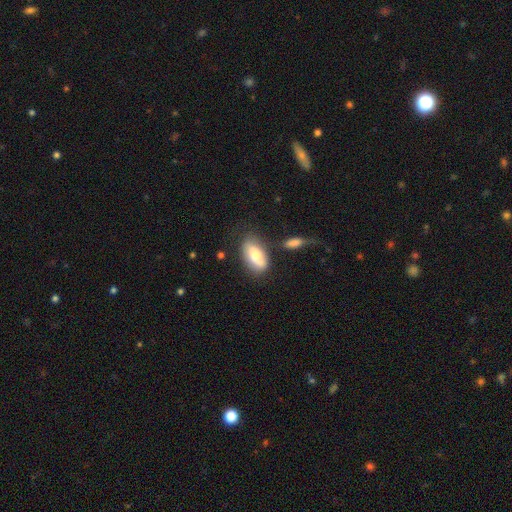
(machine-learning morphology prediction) Smooth or featured?
  - smooth: 71% *
  - featured or disk: 23%
  - star or artifact: 7%
How rounded?
  - in between: 87% *
  - cigar-shaped: 10%
  - round: 3%
Merging?
  - none: 65% *
  - minor disturbance: 19%
  - merger: 10%
  - major disturbance: 6%